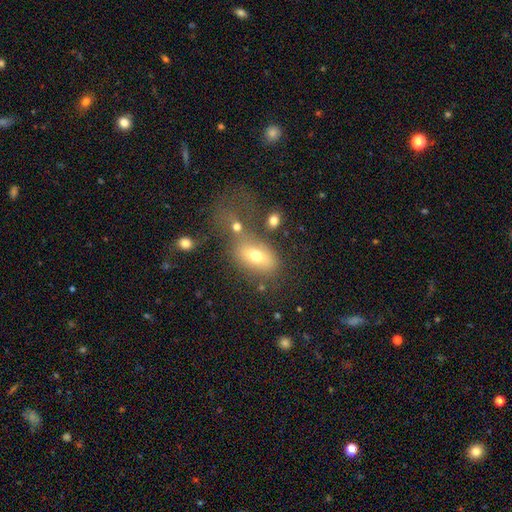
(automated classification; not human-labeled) Q: Smooth or featured?
A: smooth (67%); runner-up: featured or disk (22%)
Q: How rounded?
A: in between (83%); runner-up: round (14%)
Q: Merging?
A: none (43%); runner-up: merger (25%)